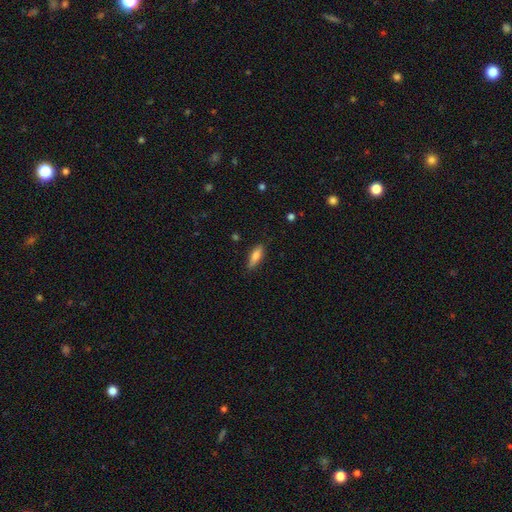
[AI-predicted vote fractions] smooth_or_featured: smooth (p=0.76) [alt: featured or disk p=0.17]
how_rounded: in between (p=0.50) [alt: cigar-shaped p=0.48]
merging: none (p=0.83) [alt: minor disturbance p=0.13]